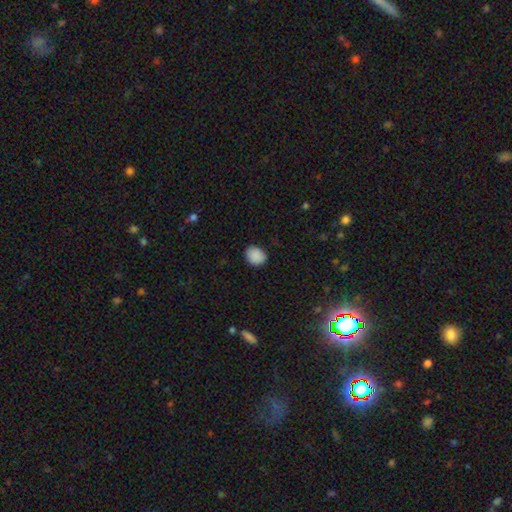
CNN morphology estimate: smooth_or_featured: smooth (p=0.89) [alt: star or artifact p=0.09]
how_rounded: round (p=0.60) [alt: in between p=0.39]
merging: none (p=0.86) [alt: minor disturbance p=0.10]